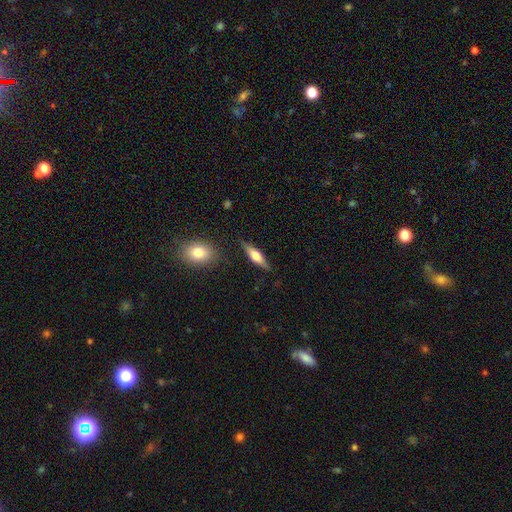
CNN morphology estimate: smooth 50%, featured or disk 44%, star or artifact 6%. Down the decision tree: merging — none (82%).